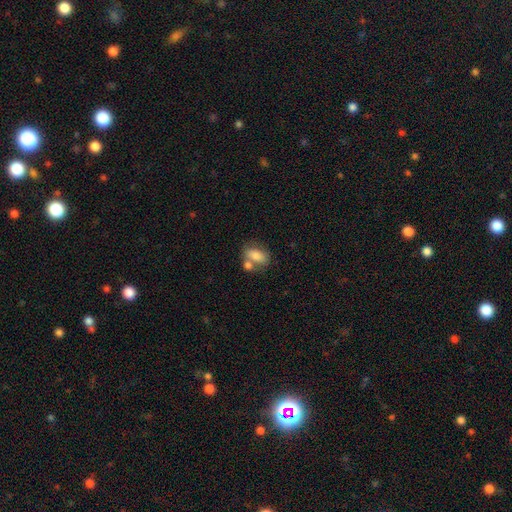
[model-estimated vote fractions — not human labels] smooth_or_featured: smooth (p=0.76) [alt: featured or disk p=0.16]
how_rounded: in between (p=0.85) [alt: round p=0.12]
merging: none (p=0.45) [alt: merger p=0.36]